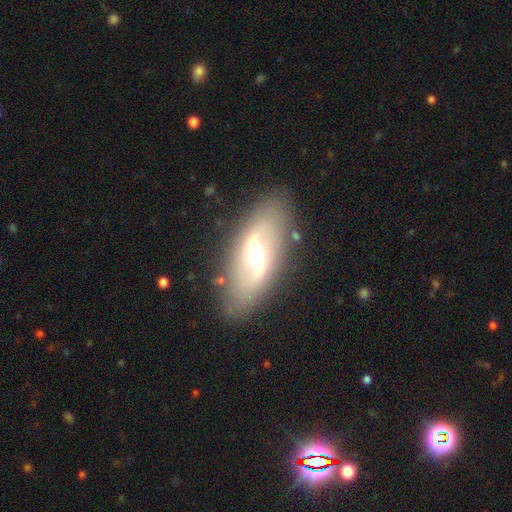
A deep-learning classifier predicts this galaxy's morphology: Smooth or featured? featured or disk (73%)
Edge-on disk? no (89%)
Bar? weak (45%)
Spiral arms? yes (75%)
Bulge size? moderate (60%)
Merging? none (84%)